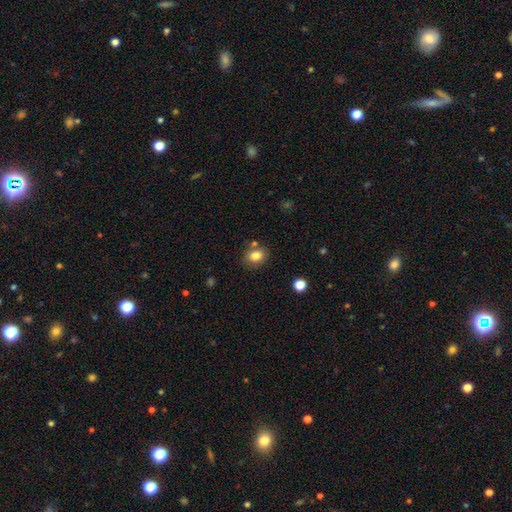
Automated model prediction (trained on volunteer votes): smooth_or_featured: smooth (p=0.82) [alt: star or artifact p=0.10]
how_rounded: round (p=0.50) [alt: in between p=0.49]
merging: none (p=0.76) [alt: minor disturbance p=0.12]